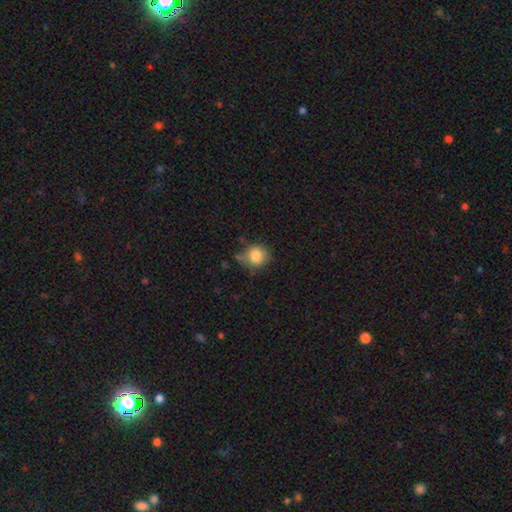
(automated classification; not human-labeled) Smooth or featured: smooth — 83% (star or artifact — 10%)
How rounded: round — 82% (in between — 17%)
Merging: none — 67% (minor disturbance — 21%)